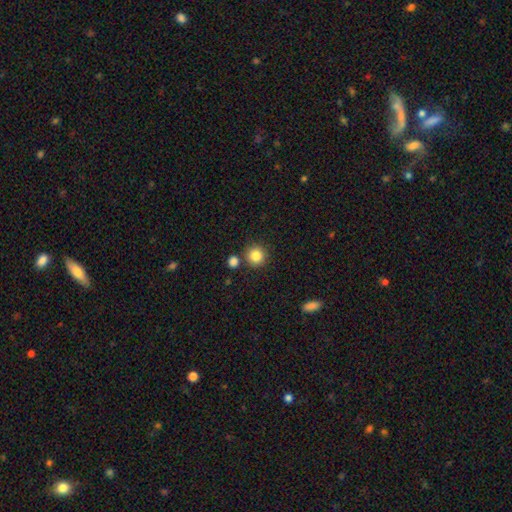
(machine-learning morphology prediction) type=smooth (84%); roundness=round (93%); merging=none (79%).